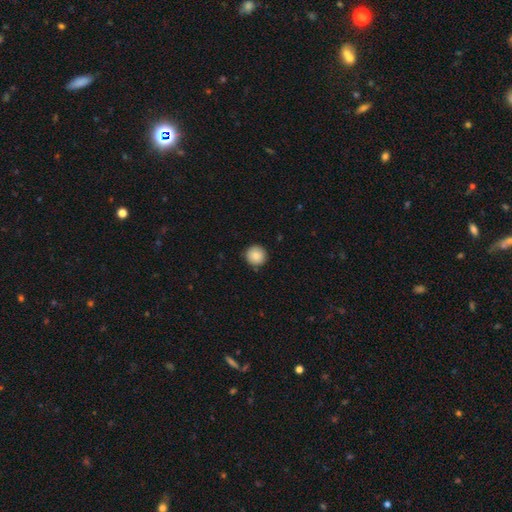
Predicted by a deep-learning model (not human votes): A smooth galaxy with no disk features (89%) that is round (95%). Merging: none (90%).